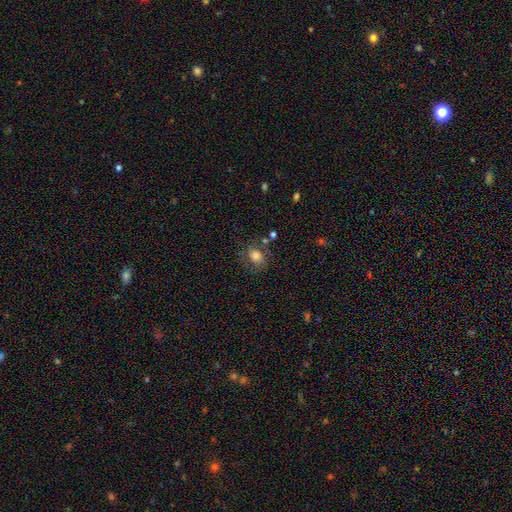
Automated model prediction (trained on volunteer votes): smooth 62%, featured or disk 27%, star or artifact 12%. Down the decision tree: how rounded — in between (56%); merging — none (62%).